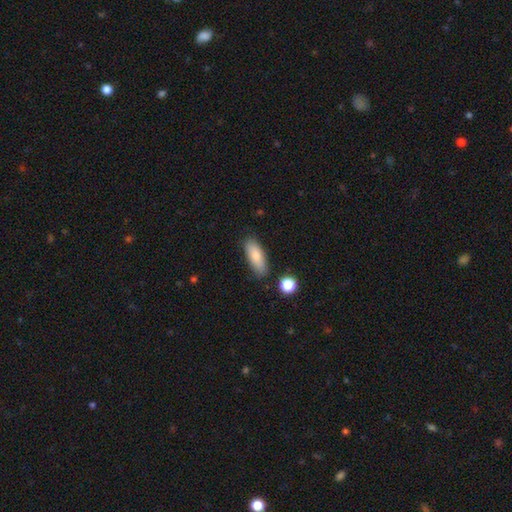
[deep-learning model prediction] smooth-or-featured: smooth: 82% | featured or disk: 11% | star or artifact: 7%
  how-rounded: in between: 70% | cigar-shaped: 28% | round: 2%
  merging: none: 80% | minor disturbance: 14% | merger: 3% | major disturbance: 3%